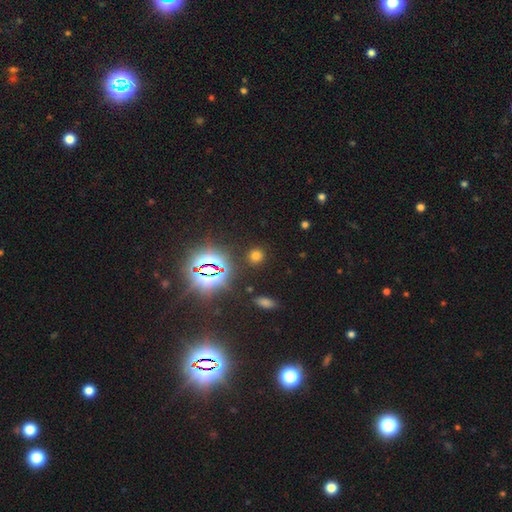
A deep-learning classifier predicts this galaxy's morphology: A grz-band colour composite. It shows a smooth galaxy with no disk features (62%) that is round (86%). Merging: none (88%).